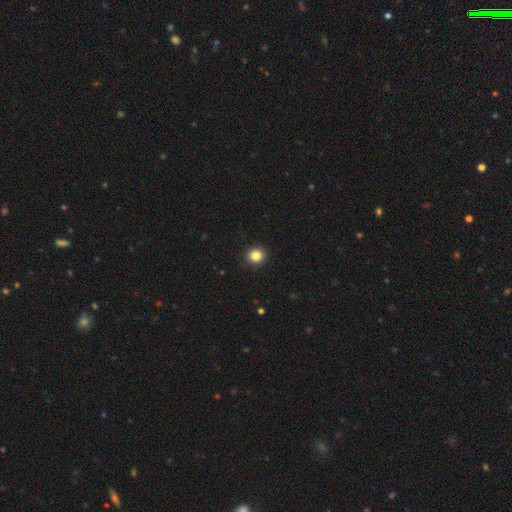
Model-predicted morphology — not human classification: Smooth or featured? Predicted: smooth (p=0.84). How rounded? Predicted: round (p=0.89). Merging? Predicted: none (p=0.91).